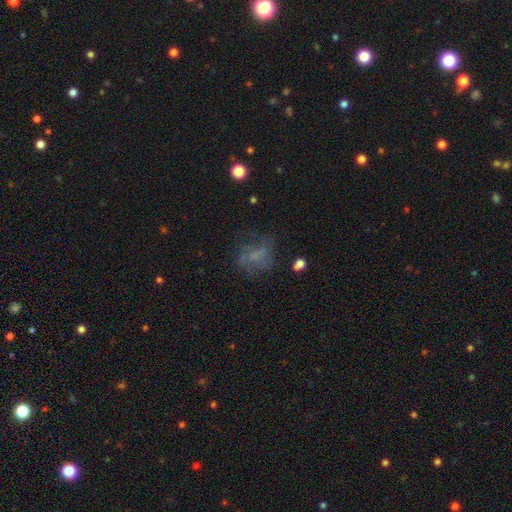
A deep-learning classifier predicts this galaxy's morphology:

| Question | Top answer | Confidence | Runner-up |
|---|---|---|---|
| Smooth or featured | smooth | 43% | featured or disk (37%) |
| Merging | none | 52% | major disturbance (24%) |